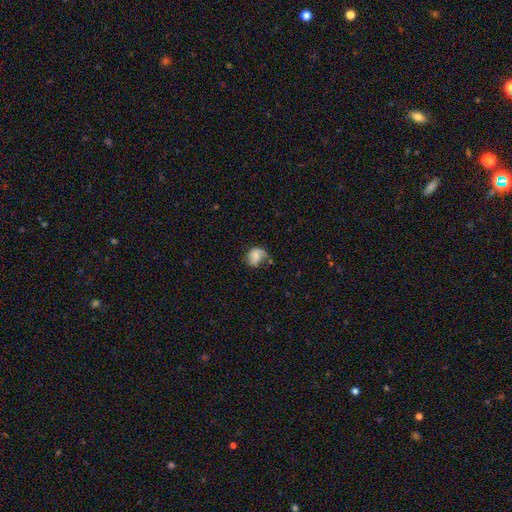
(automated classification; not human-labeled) A smooth galaxy with no disk features (57%) that is round (52%).

Vote fractions:
- Smooth or featured? smooth: 57% / featured or disk: 33% / star or artifact: 9%
- How rounded? round: 52% / in between: 47% / cigar-shaped: 1%
- Merging? none: 44% / minor disturbance: 33% / major disturbance: 18% / merger: 5%